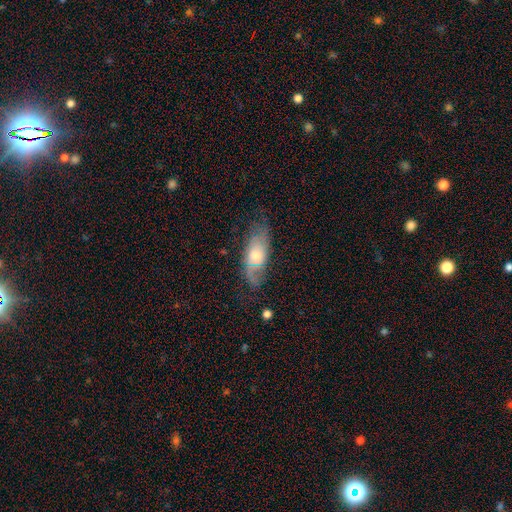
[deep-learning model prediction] A featured or disk galaxy (53%). Merging: none (63%).